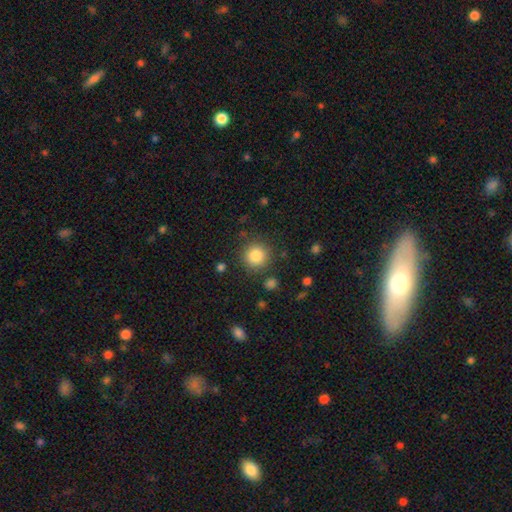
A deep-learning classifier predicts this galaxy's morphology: A smooth galaxy with no disk features (84%) that is round (94%). Merging: none (87%).